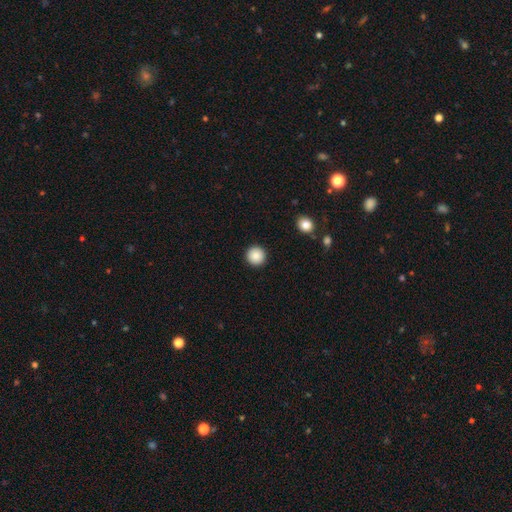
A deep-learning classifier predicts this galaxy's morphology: A smooth galaxy with no disk features (88%) that is round (96%).

Vote fractions:
- Smooth or featured? smooth: 88% / star or artifact: 8% / featured or disk: 4%
- How rounded? round: 96% / in between: 3% / cigar-shaped: 1%
- Merging? none: 93% / minor disturbance: 4% / major disturbance: 2% / merger: 1%